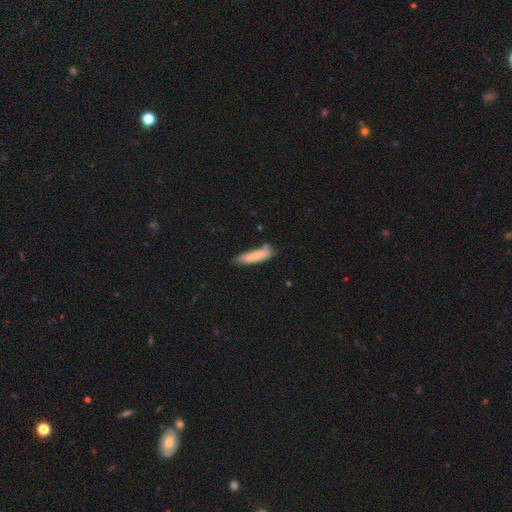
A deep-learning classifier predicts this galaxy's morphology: This appears to be a smooth galaxy with no disk features (80%) that is cigar-shaped (70%). Merging: none (62%).